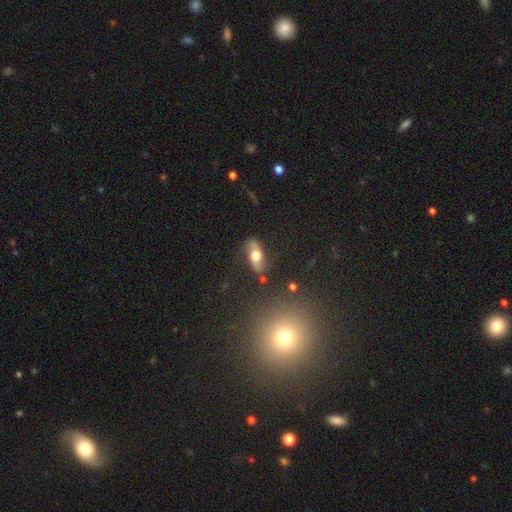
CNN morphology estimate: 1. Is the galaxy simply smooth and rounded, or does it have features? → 55% featured or disk, 37% smooth, 8% star or artifact.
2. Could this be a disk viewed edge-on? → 78% no, 22% yes.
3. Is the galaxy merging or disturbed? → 73% none, 17% minor disturbance, 7% major disturbance, 3% merger.